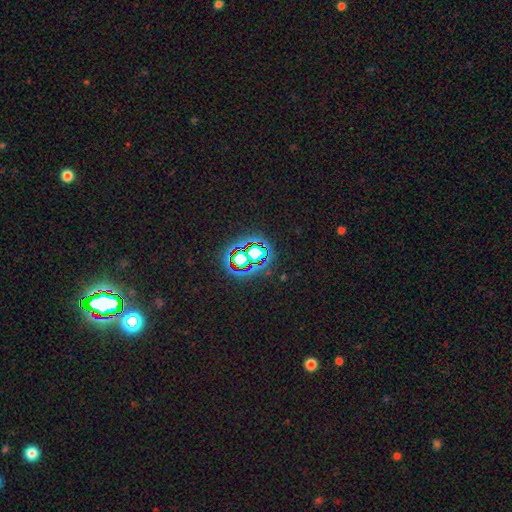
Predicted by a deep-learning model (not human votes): A star or artifact, not a galaxy (64%).